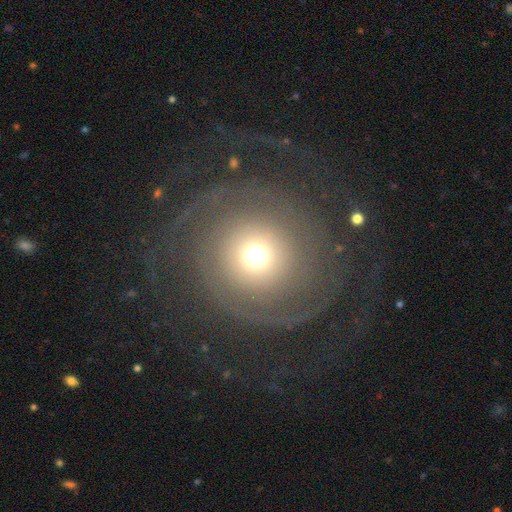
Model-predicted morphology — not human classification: This is marginally a smooth galaxy (44%). Merging: likely none (69%).